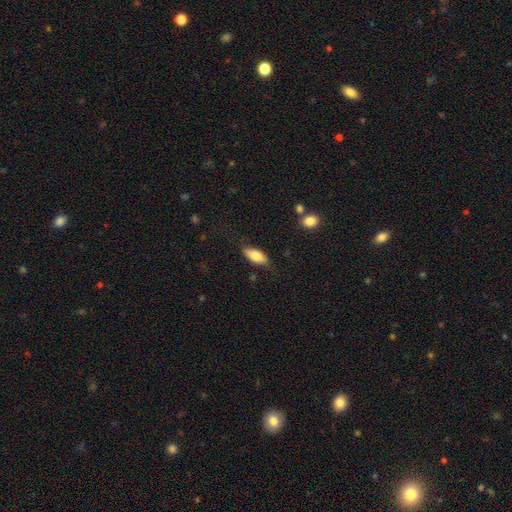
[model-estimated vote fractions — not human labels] This is likely a smooth galaxy (79%). How rounded: clearly in between (83%). Merging: likely none (72%).